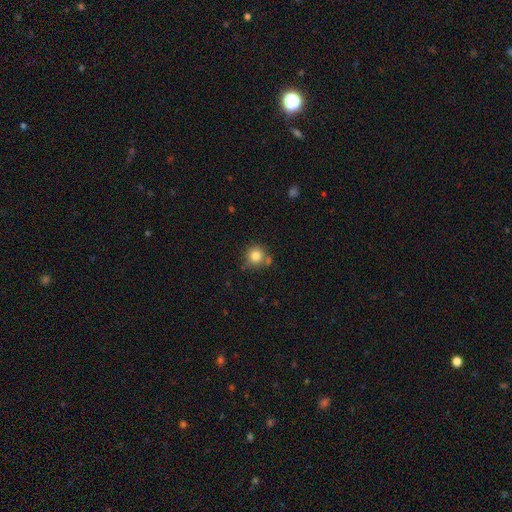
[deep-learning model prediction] smooth 82%, star or artifact 11%, featured or disk 8%. Down the decision tree: how rounded — round (92%); merging — none (69%).